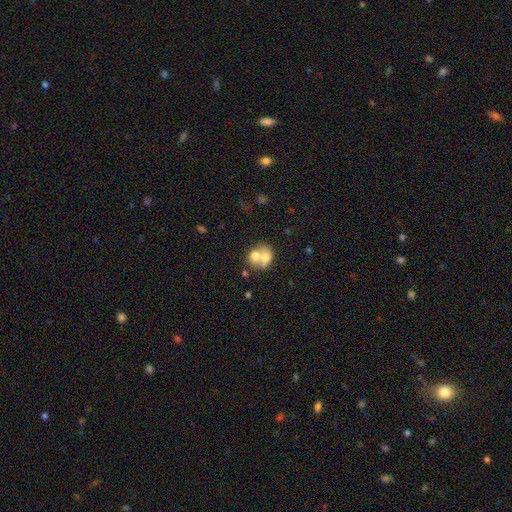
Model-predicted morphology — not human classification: A smooth galaxy with no disk features (65%) that is round (56%). Merging: merger (69%).